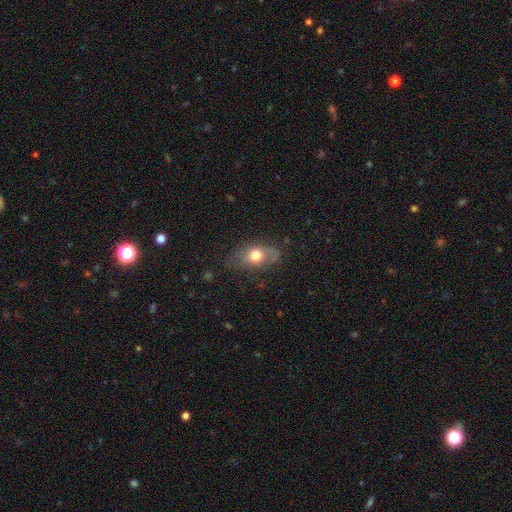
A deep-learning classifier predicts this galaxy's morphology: This is likely a smooth galaxy (63%). How rounded: likely in between (77%). Merging: possibly none (57%).